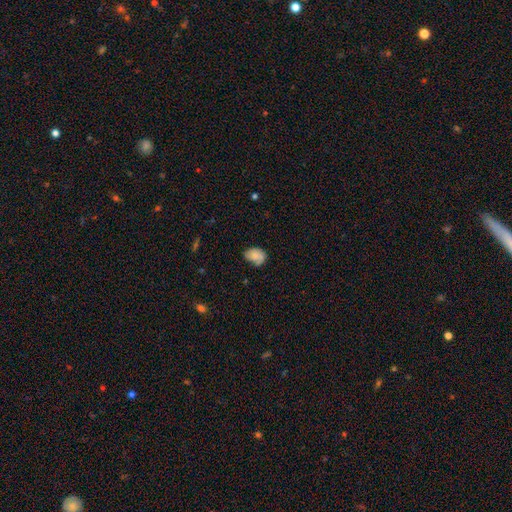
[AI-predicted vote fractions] smooth_or_featured: smooth (p=0.71) [alt: featured or disk p=0.20]
how_rounded: in between (p=0.75) [alt: round p=0.24]
merging: none (p=0.50) [alt: minor disturbance p=0.35]